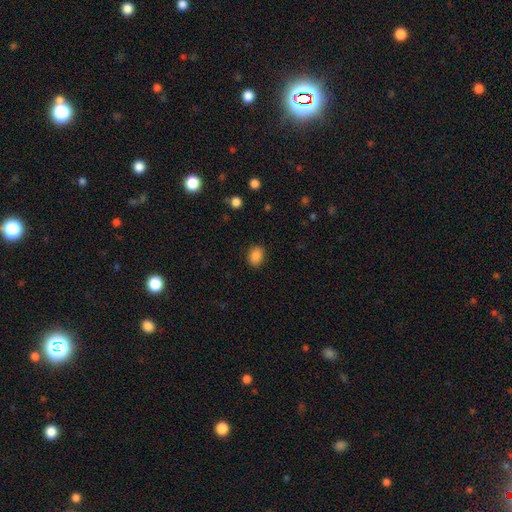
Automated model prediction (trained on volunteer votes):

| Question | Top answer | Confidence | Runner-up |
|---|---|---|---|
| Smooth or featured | smooth | 86% | star or artifact (9%) |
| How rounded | in between | 68% | round (31%) |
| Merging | none | 88% | minor disturbance (9%) |